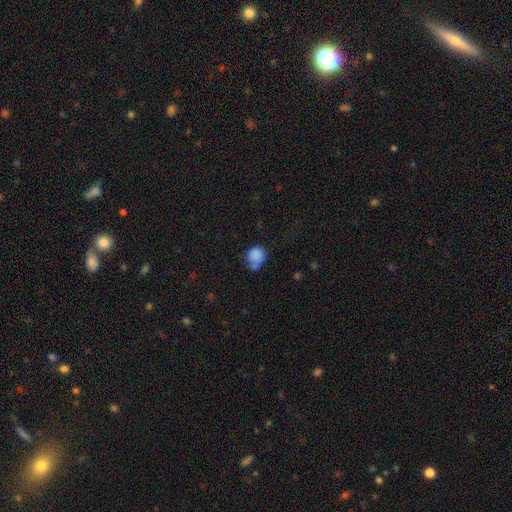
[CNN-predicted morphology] This is clearly a smooth galaxy (85%). How rounded: likely round (80%). Merging: possibly none (45%).